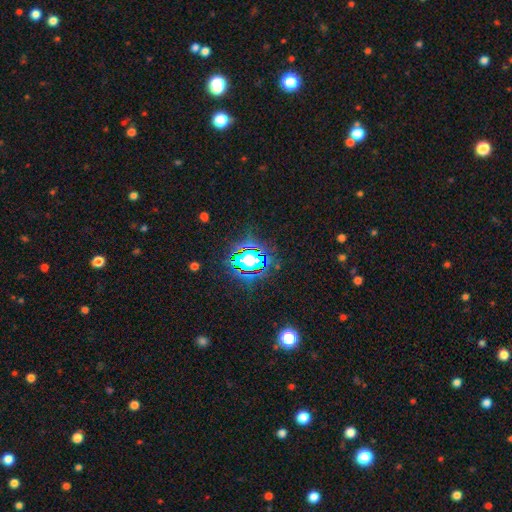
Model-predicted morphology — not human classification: This is likely a star or artifact rather than a galaxy (76%).